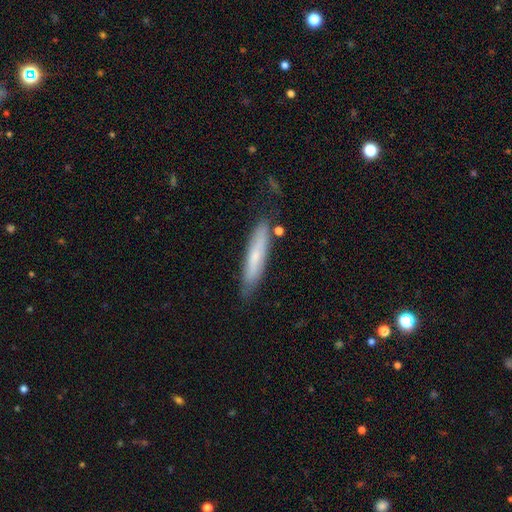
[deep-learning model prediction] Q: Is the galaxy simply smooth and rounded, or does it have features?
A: smooth — 61%.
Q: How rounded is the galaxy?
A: cigar-shaped — 87%.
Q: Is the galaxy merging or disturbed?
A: none — 79%.